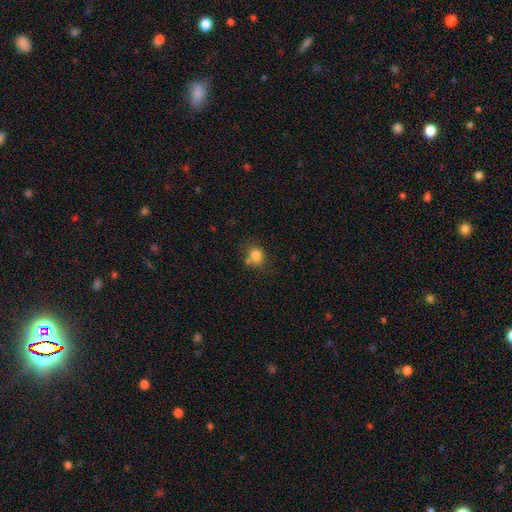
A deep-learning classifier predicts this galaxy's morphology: smooth 82%, star or artifact 11%, featured or disk 7%. Down the decision tree: how rounded — round (71%); merging — none (64%).